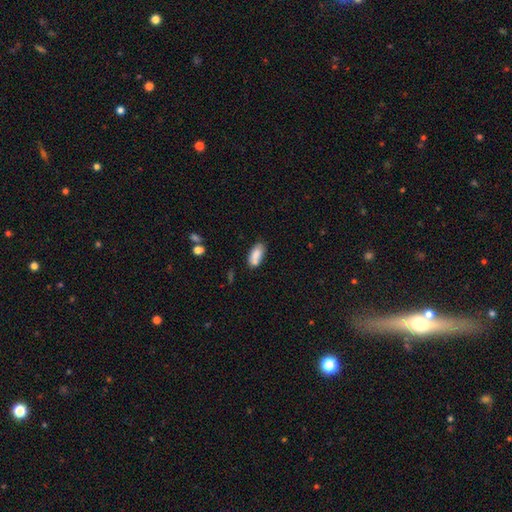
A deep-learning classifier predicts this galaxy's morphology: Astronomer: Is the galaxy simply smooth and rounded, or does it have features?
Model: smooth — 83%.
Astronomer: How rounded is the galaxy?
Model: in between — 85%.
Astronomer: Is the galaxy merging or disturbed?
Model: none — 63%.